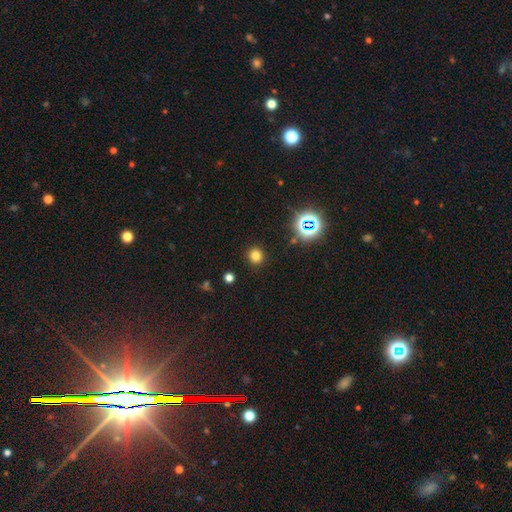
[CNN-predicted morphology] The model was most divided on "smooth or featured": smooth: 76%, star or artifact: 19%, featured or disk: 5%. More confident: how rounded — round (91%); merging — none (91%).